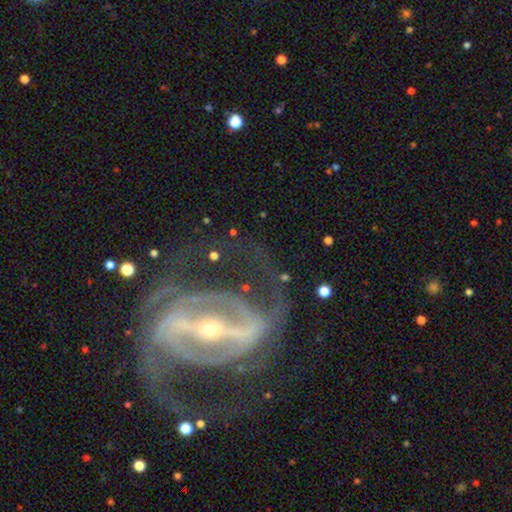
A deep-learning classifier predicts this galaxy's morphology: This is clearly a featured or disk galaxy (92%). It is clearly not viewed edge-on (95%). Bar: clearly strong (84%). Spiral arm pattern: clearly yes (95%). Spiral arm count: likely 2 (71%). Spiral winding: possibly medium (52%). Central bulge: likely small (78%). Merging: possibly none (60%).